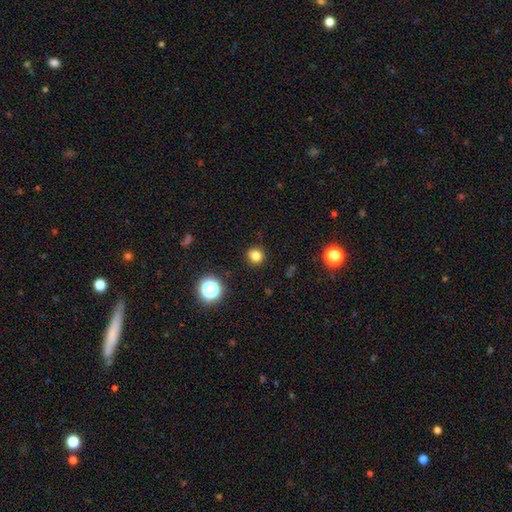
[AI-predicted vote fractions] Smooth or featured? smooth (80%)
How rounded? round (90%)
Merging? none (90%)